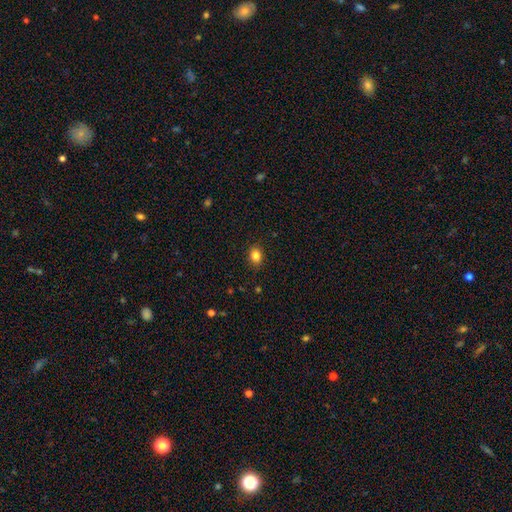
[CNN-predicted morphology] This is clearly a smooth galaxy (85%). How rounded: possibly in between (58%). Merging: clearly none (88%).